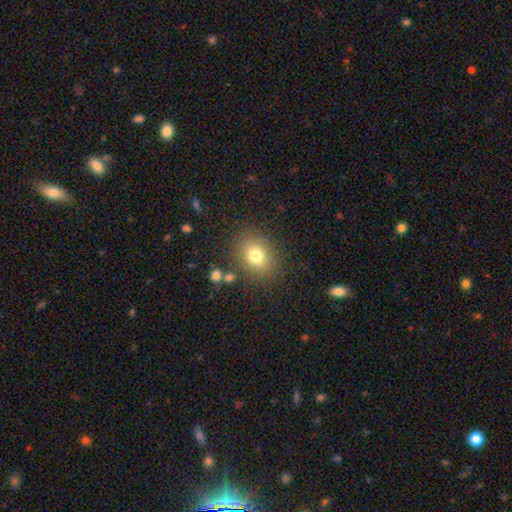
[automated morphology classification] Smooth or featured? Predicted: smooth (p=0.76). How rounded? Predicted: in between (p=0.56). Merging? Predicted: none (p=0.82).